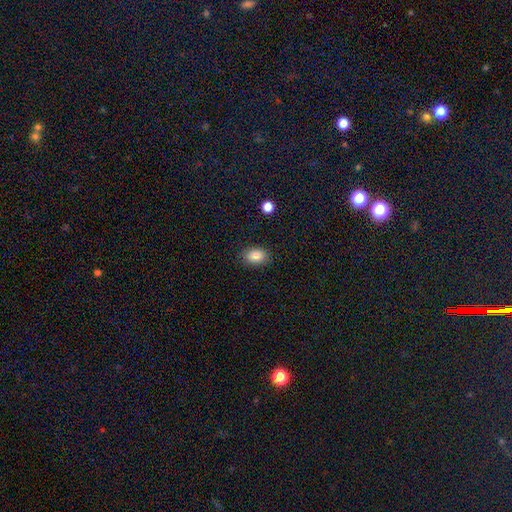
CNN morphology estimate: A smooth galaxy with no disk features (87%) that is in between round and cigar-shaped (84%). Merging: none (86%).